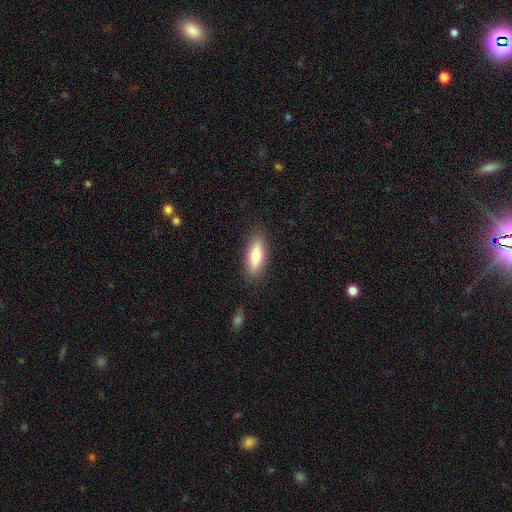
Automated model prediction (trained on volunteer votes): Smooth or featured? Predicted: smooth (p=0.76). How rounded? Predicted: in between (p=0.61). Merging? Predicted: none (p=0.86).